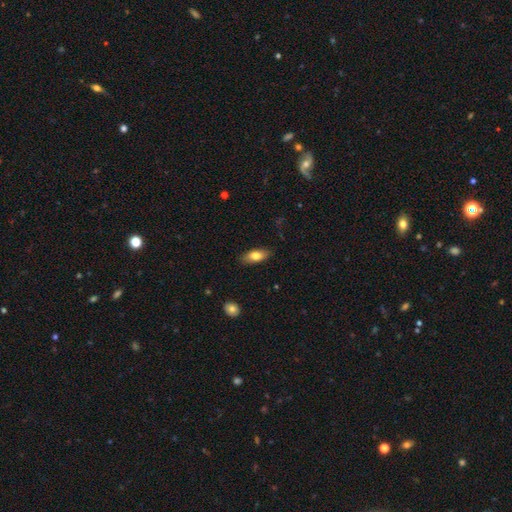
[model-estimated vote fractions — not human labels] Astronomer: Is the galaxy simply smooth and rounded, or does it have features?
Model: smooth — 76%.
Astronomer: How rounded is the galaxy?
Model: in between — 81%.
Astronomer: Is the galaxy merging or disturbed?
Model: none — 86%.